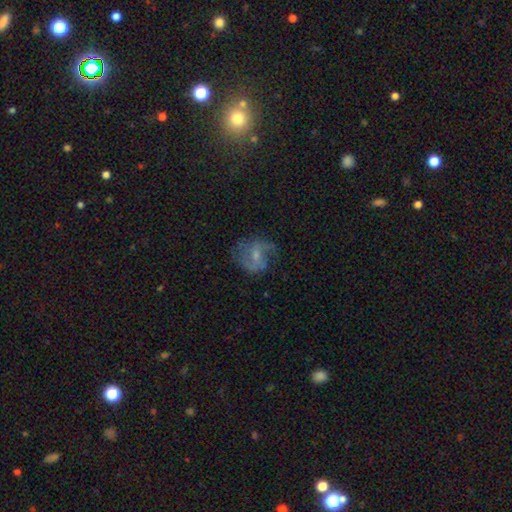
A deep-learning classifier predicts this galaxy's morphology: This appears to be a featured or disk galaxy (66%) with a weak bar (48%), 2 (71%) medium (46%) spiral arms (85%) and a small central bulge (52%). Merging: none (60%).